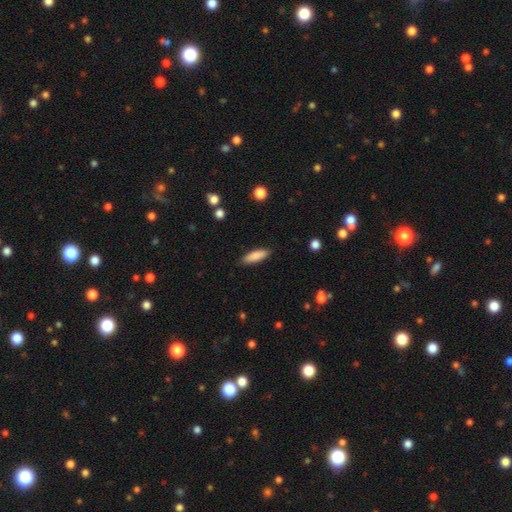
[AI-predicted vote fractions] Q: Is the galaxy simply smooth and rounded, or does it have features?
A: smooth — 86%.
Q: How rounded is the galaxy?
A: cigar-shaped — 52%.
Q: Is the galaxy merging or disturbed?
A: none — 87%.